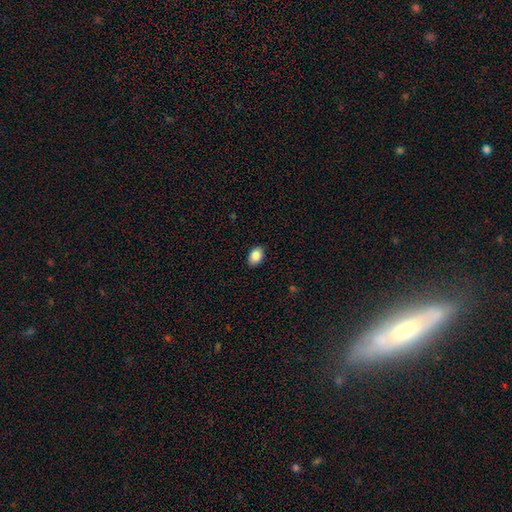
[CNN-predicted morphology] Overall: smooth (87%). How rounded: in between (84%). Merging: none (89%).